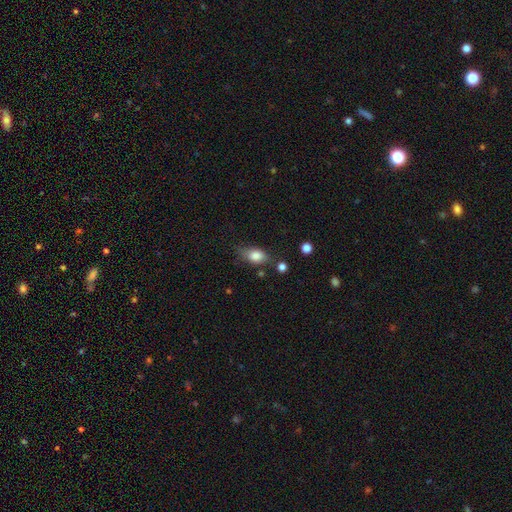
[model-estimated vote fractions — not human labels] smooth-or-featured: smooth: 79% | featured or disk: 12% | star or artifact: 9%
  how-rounded: in between: 79% | round: 15% | cigar-shaped: 6%
  merging: none: 61% | minor disturbance: 26% | major disturbance: 8% | merger: 5%